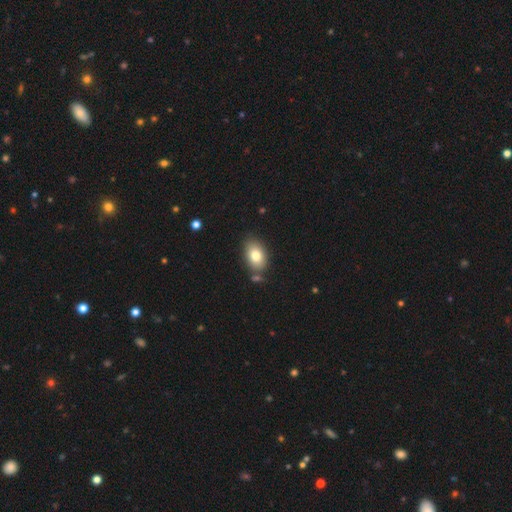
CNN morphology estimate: type=smooth (79%); roundness=in between (84%); merging=none (73%).